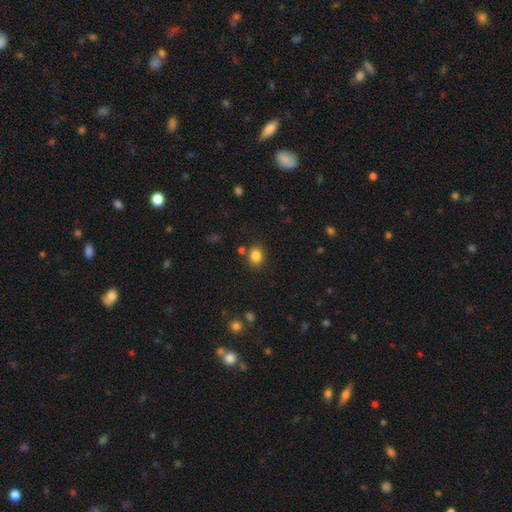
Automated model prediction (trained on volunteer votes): Q: Smooth or featured?
A: smooth (84%); runner-up: star or artifact (11%)
Q: How rounded?
A: in between (56%); runner-up: round (43%)
Q: Merging?
A: none (78%); runner-up: minor disturbance (11%)